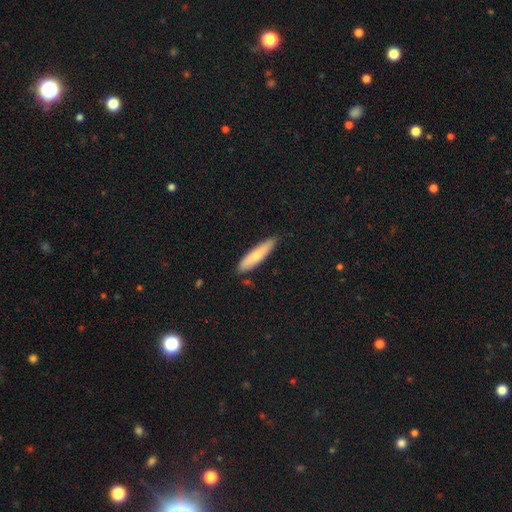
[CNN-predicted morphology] smooth-or-featured: smooth: 71% | featured or disk: 23% | star or artifact: 6%
  how-rounded: cigar-shaped: 79% | in between: 20% | round: 1%
  merging: none: 83% | minor disturbance: 13% | major disturbance: 2% | merger: 2%